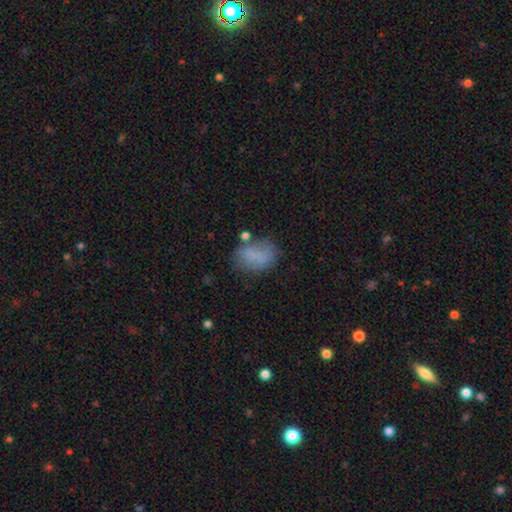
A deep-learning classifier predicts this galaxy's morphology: The model was most divided on "merging": none: 54%, minor disturbance: 25%, major disturbance: 12%, merger: 8%. More confident: how rounded — in between (79%); smooth or featured — smooth (74%).